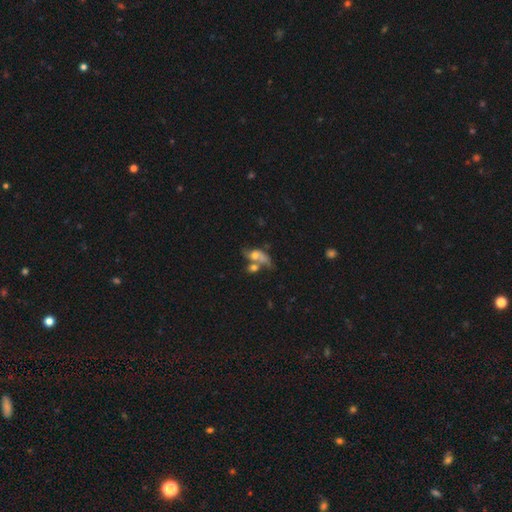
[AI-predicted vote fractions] This appears to be a smooth galaxy with no disk features (48%). Merging: merger (49%).